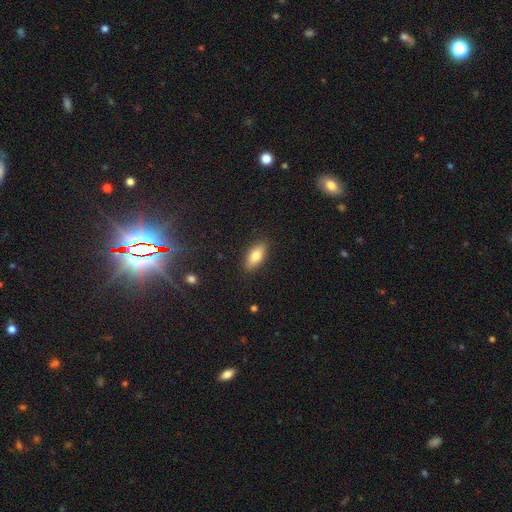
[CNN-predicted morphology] Smooth or featured? Predicted: smooth (p=0.76). How rounded? Predicted: in between (p=0.81). Merging? Predicted: none (p=0.88).